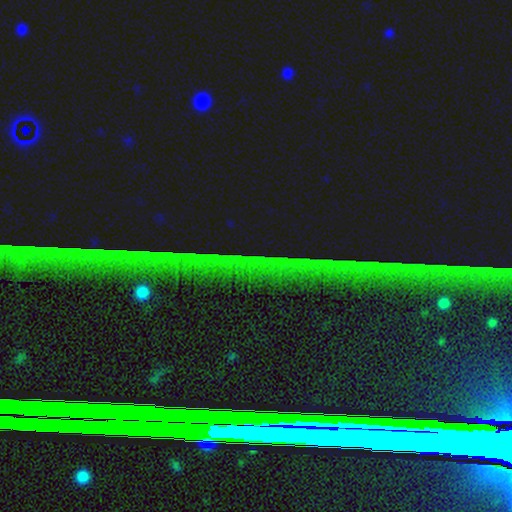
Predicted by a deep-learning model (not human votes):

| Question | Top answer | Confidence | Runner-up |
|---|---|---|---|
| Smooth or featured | star or artifact | 82% | featured or disk (11%) |